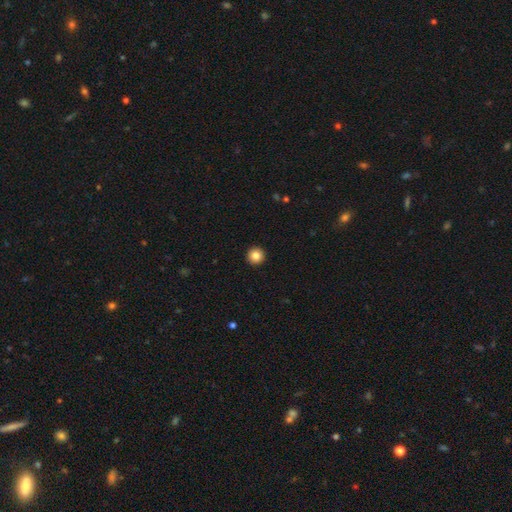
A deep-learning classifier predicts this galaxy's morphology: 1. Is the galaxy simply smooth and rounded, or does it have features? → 84% smooth, 10% star or artifact, 6% featured or disk.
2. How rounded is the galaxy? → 96% round, 3% in between, 1% cigar-shaped.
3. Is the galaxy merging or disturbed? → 94% none, 4% minor disturbance, 1% major disturbance, 1% merger.